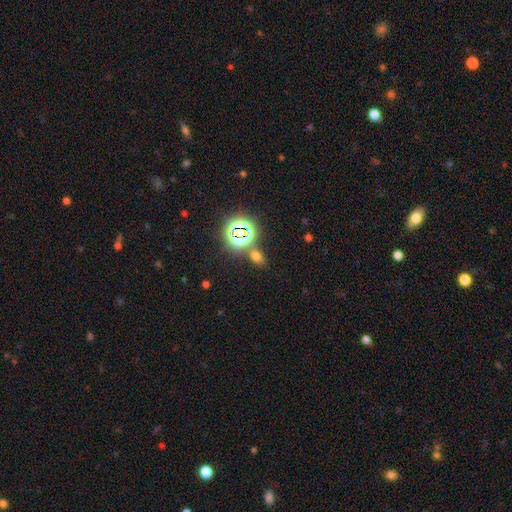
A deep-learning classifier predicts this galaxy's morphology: Smooth or featured? Predicted: smooth (p=0.54). How rounded? Predicted: in between (p=0.77). Merging? Predicted: none (p=0.75).